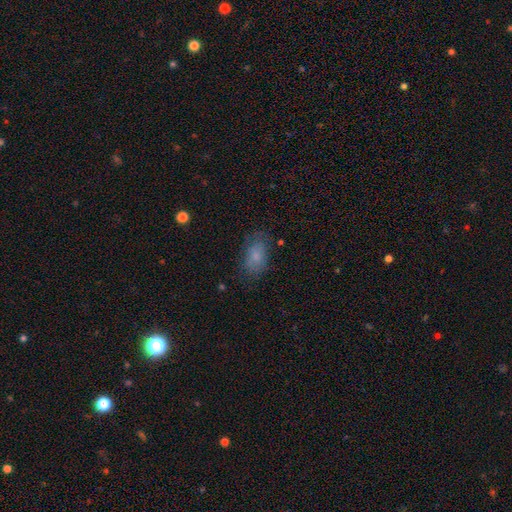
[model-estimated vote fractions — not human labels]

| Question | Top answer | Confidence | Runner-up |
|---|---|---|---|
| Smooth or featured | smooth | 73% | featured or disk (18%) |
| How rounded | in between | 89% | round (7%) |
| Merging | none | 69% | minor disturbance (21%) |